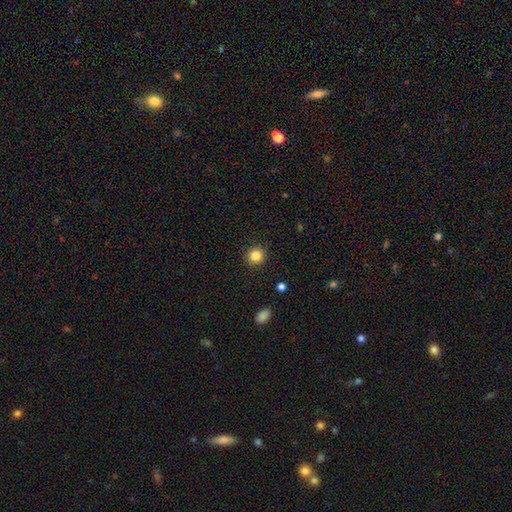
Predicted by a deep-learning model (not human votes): Smooth or featured?
  - smooth: 84% *
  - star or artifact: 11%
  - featured or disk: 5%
How rounded?
  - round: 91% *
  - in between: 8%
  - cigar-shaped: 1%
Merging?
  - none: 91% *
  - minor disturbance: 6%
  - major disturbance: 2%
  - merger: 1%